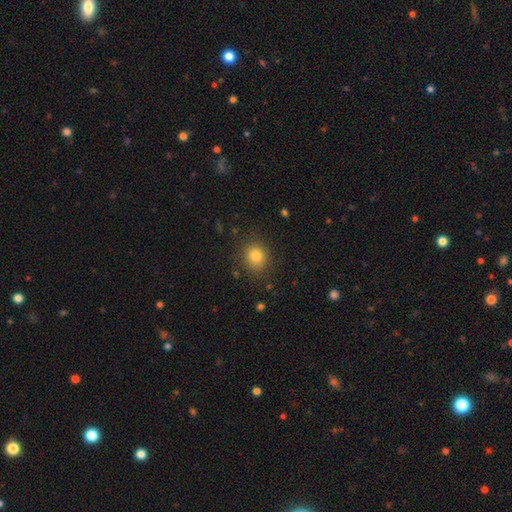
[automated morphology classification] A smooth galaxy with no disk features (81%) that is round (76%).

Vote fractions:
- Smooth or featured? smooth: 81% / star or artifact: 12% / featured or disk: 7%
- How rounded? round: 76% / in between: 23% / cigar-shaped: 1%
- Merging? none: 86% / minor disturbance: 9% / major disturbance: 3% / merger: 1%